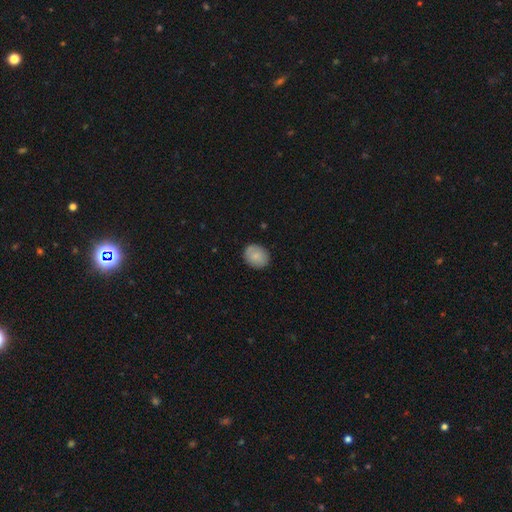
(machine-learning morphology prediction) Smooth or featured?
  - smooth: 84% *
  - featured or disk: 9%
  - star or artifact: 7%
How rounded?
  - round: 58% *
  - in between: 41%
  - cigar-shaped: 1%
Merging?
  - none: 87% *
  - minor disturbance: 10%
  - major disturbance: 2%
  - merger: 1%